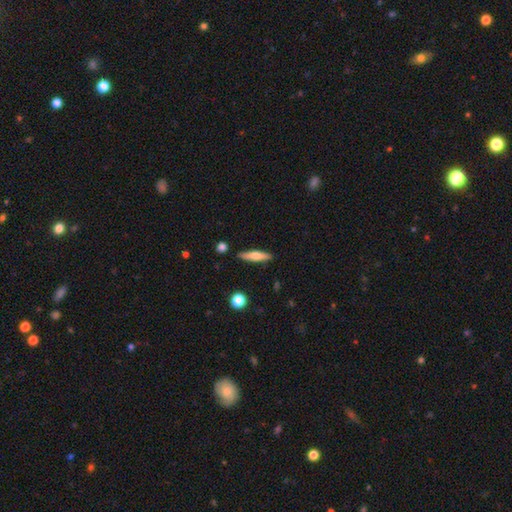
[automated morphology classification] type=smooth (60%); roundness=cigar-shaped (82%); merging=none (86%).